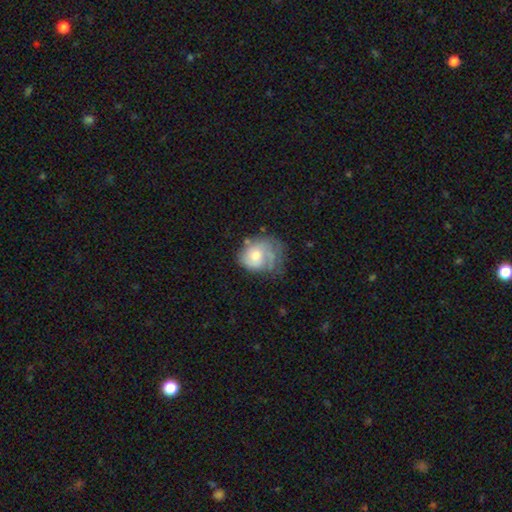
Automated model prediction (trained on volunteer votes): Smooth or featured?
  - featured or disk: 46% * (tied)
  - smooth: 46% * (tied)
  - star or artifact: 8%
Merging?
  - none: 34% *
  - minor disturbance: 32%
  - major disturbance: 30%
  - merger: 4%